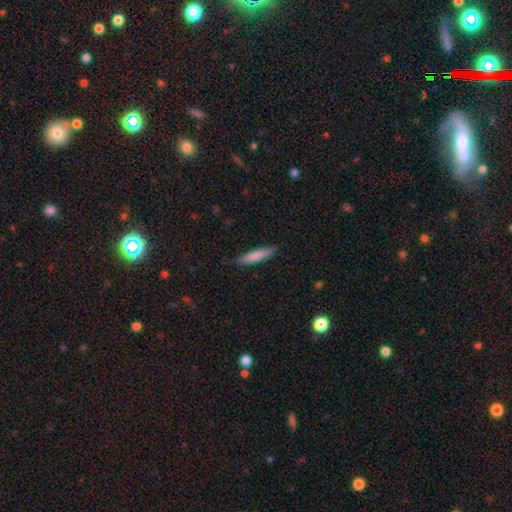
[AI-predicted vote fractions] A smooth galaxy with no disk features (83%) that is cigar-shaped (84%).

Vote fractions:
- Smooth or featured? smooth: 83% / featured or disk: 11% / star or artifact: 6%
- How rounded? cigar-shaped: 84% / in between: 15% / round: 1%
- Merging? none: 87% / minor disturbance: 10% / major disturbance: 2% / merger: 1%